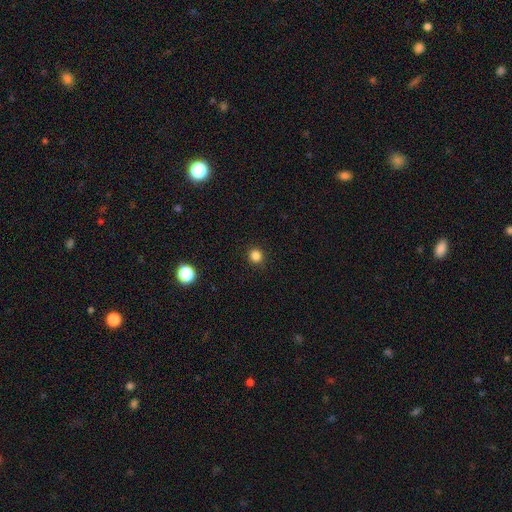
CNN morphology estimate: Smooth or featured: smooth — 84% (star or artifact — 13%)
How rounded: round — 93% (in between — 6%)
Merging: none — 91% (minor disturbance — 6%)